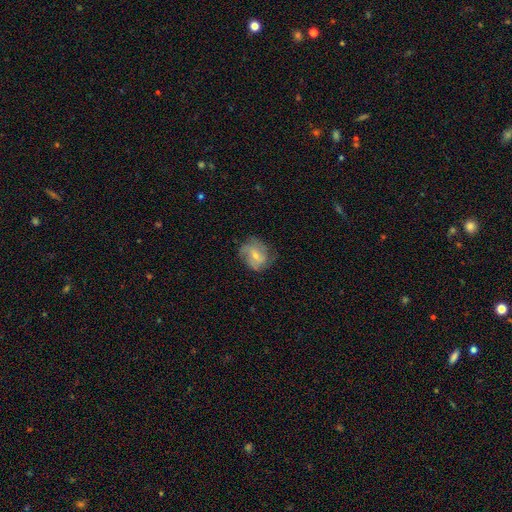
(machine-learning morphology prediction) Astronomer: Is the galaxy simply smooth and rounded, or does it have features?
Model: featured or disk — 56% (runner-up: smooth, 36%).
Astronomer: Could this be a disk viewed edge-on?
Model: no — 97%.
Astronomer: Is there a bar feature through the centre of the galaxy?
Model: weak — 46% (runner-up: no, 39%).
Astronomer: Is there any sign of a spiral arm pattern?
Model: yes — 78%.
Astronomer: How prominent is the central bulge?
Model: small — 55% (runner-up: moderate, 40%).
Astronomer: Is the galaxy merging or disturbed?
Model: none — 62%.